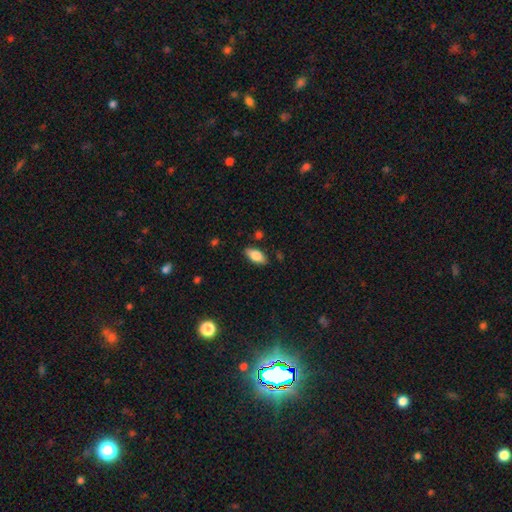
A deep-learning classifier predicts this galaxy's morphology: Smooth or featured? Predicted: smooth (p=0.80). How rounded? Predicted: in between (p=0.89). Merging? Predicted: none (p=0.85).